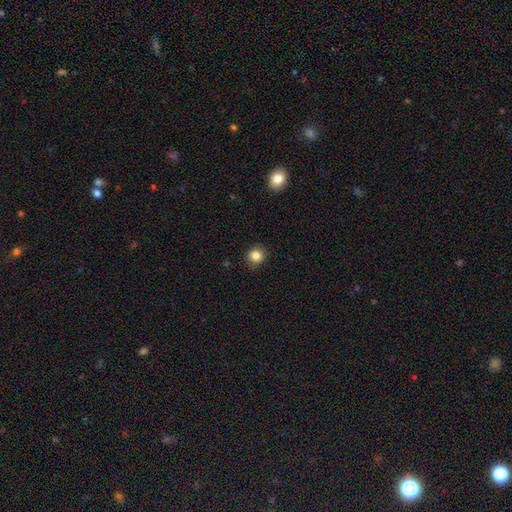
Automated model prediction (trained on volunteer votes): smooth_or_featured: smooth (p=0.84) [alt: star or artifact p=0.11]
how_rounded: round (p=0.91) [alt: in between p=0.08]
merging: none (p=0.91) [alt: minor disturbance p=0.06]